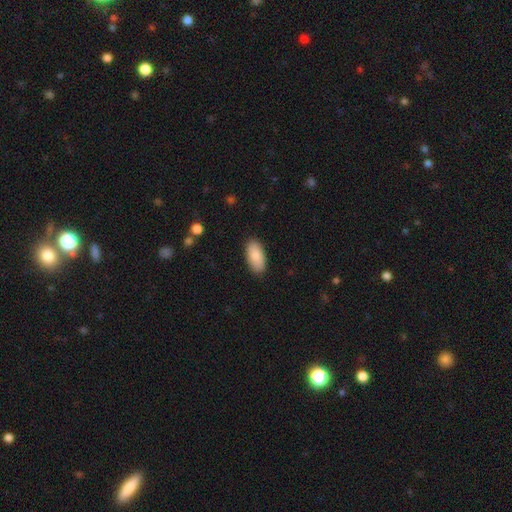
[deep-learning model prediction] Morphology: type=smooth (86%); roundness=in between (93%); merging=none (88%).